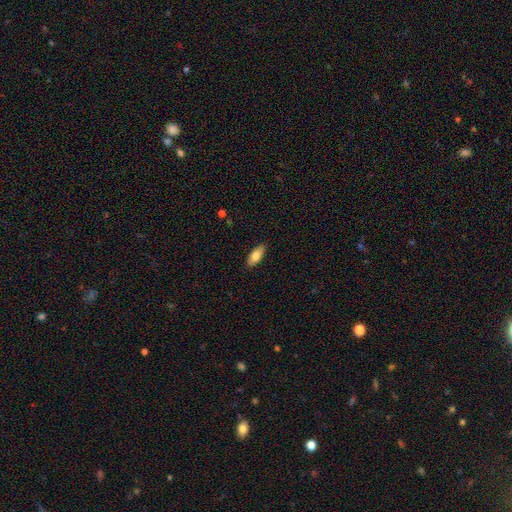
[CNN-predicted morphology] The model was most divided on "how rounded": in between: 81%, cigar-shaped: 17%, round: 2%. More confident: merging — none (88%); smooth or featured — smooth (79%).